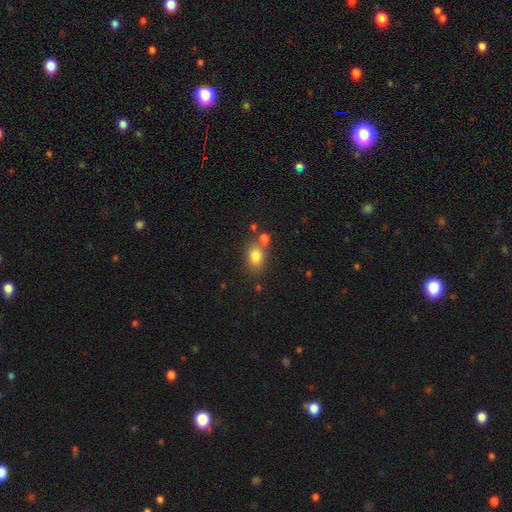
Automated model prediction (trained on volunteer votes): Smooth or featured? smooth (81%)
How rounded? in between (72%)
Merging? none (62%)